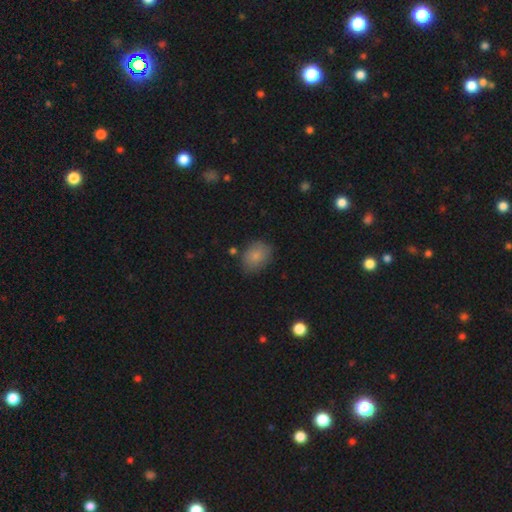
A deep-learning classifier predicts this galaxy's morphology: This is clearly a smooth galaxy (83%). How rounded: likely in between (61%). Merging: likely none (76%).